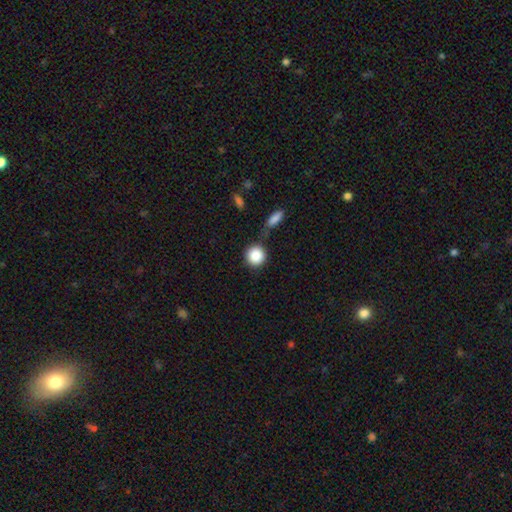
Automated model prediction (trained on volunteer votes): Smooth or featured? Predicted: smooth (p=0.87). How rounded? Predicted: round (p=0.91). Merging? Predicted: none (p=0.71).